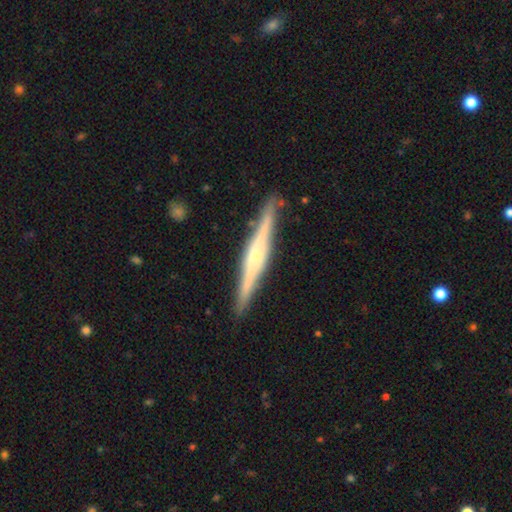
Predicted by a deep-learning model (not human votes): Overall: featured or disk (80%). Edge-on disk: yes (98%). Edge-on bulge: rounded (67%). Merging: none (89%).